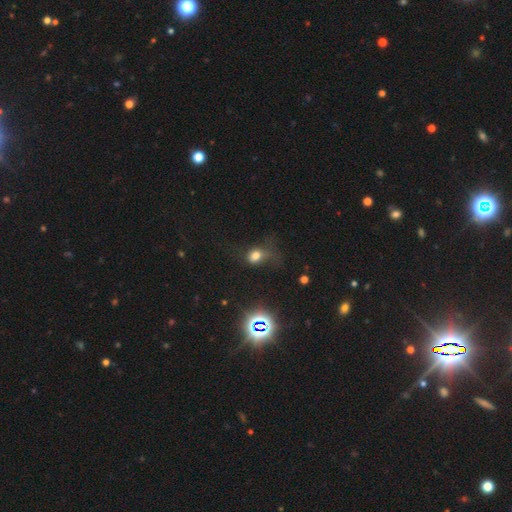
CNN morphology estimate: Smooth or featured? Predicted: smooth (p=0.68). How rounded? Predicted: in between (p=0.50). Merging? Predicted: major disturbance (p=0.37).